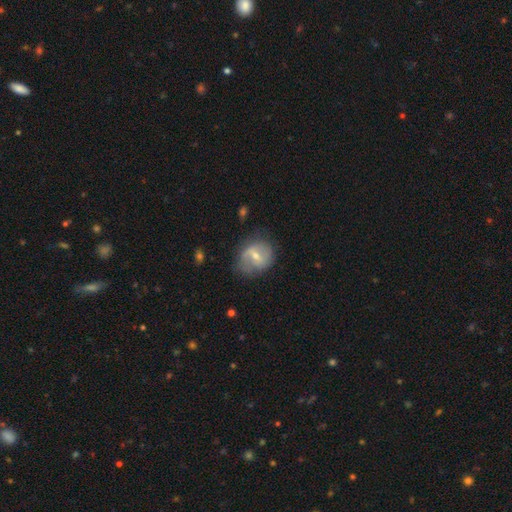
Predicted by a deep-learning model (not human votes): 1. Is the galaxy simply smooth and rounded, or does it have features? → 56% featured or disk, 37% smooth, 7% star or artifact.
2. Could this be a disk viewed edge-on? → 95% no, 5% yes.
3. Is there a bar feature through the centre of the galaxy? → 50% weak, 30% strong, 19% no.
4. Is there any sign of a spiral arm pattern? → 58% yes, 42% no.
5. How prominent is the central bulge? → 48% small (tied), 48% moderate (tied), 2% large, 2% none, 1% dominant.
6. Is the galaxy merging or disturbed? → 63% none, 24% minor disturbance, 11% major disturbance, 2% merger.